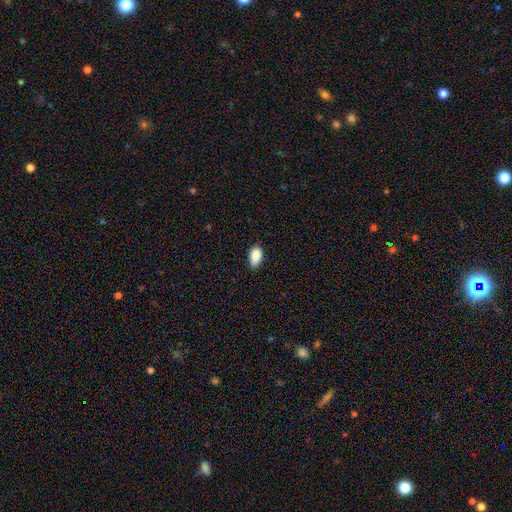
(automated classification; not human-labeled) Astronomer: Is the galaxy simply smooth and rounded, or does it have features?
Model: smooth — 88%.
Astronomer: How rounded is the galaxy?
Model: in between — 92%.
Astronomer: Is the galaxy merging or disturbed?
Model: none — 74%.